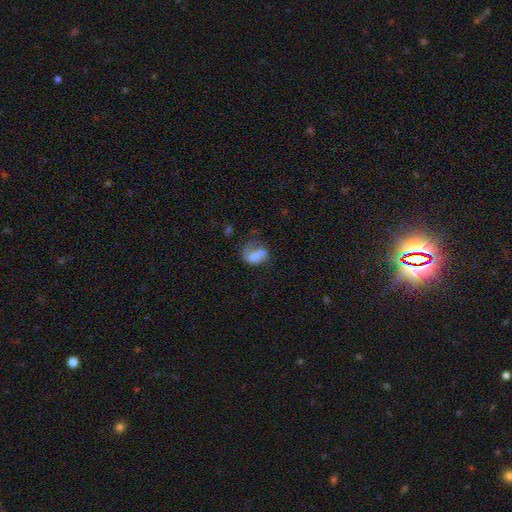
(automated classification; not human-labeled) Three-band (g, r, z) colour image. It shows a featured or disk galaxy (46%). Merging: major disturbance (35%).